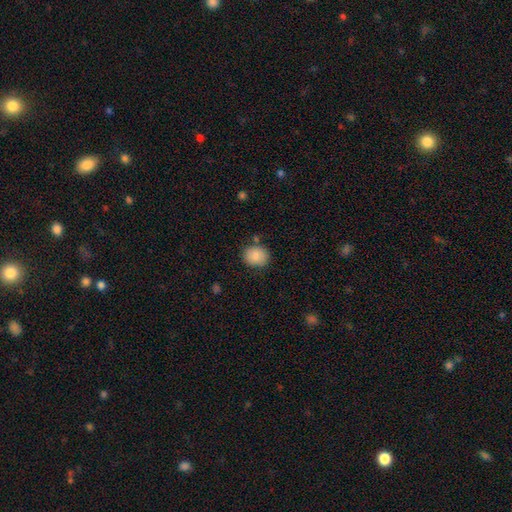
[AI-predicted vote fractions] Q: Smooth or featured?
A: smooth (86%); runner-up: star or artifact (8%)
Q: How rounded?
A: round (64%); runner-up: in between (35%)
Q: Merging?
A: none (82%); runner-up: minor disturbance (12%)